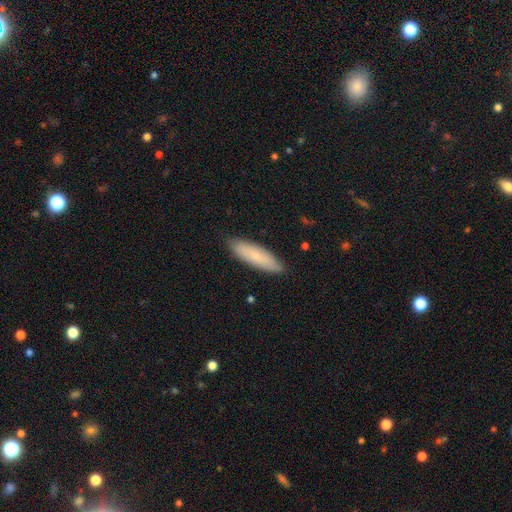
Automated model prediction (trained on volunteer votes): A smooth galaxy with no disk features (77%) that is cigar-shaped (61%). Merging: none (88%).